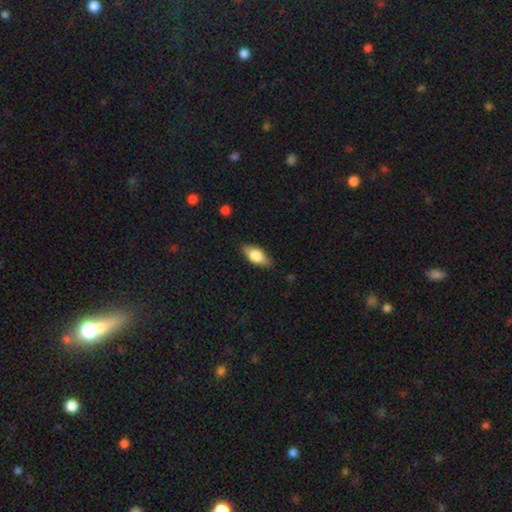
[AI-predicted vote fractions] This is likely a smooth galaxy (71%). How rounded: clearly in between (82%). Merging: clearly none (84%).